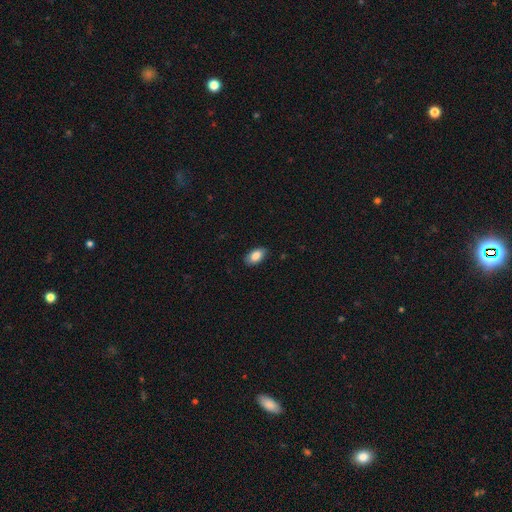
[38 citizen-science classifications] This is clearly a smooth galaxy (89%). How rounded: clearly in between (94%). Merging: clearly none (89%).